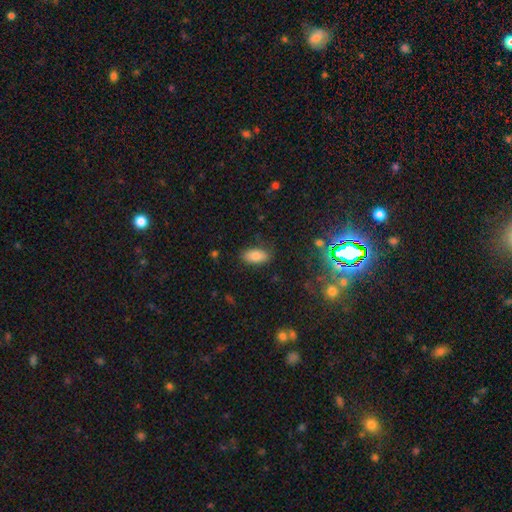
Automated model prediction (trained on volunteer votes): A smooth galaxy with no disk features (82%) that is in between round and cigar-shaped (92%).

Vote fractions:
- Smooth or featured? smooth: 82% / star or artifact: 10% / featured or disk: 9%
- How rounded? in between: 92% / cigar-shaped: 5% / round: 3%
- Merging? none: 80% / minor disturbance: 14% / major disturbance: 4% / merger: 2%